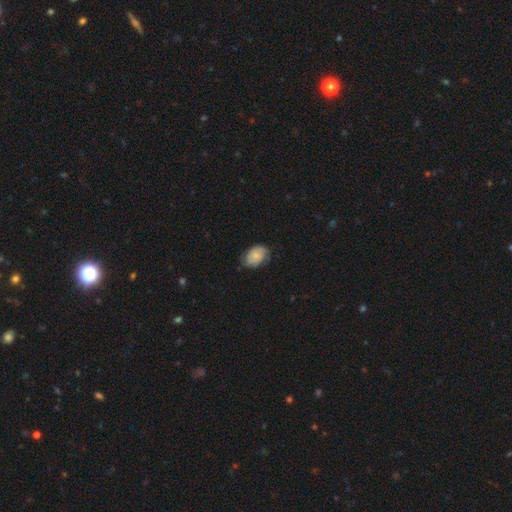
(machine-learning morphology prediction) Smooth or featured? Predicted: smooth (p=0.58). How rounded? Predicted: in between (p=0.81). Merging? Predicted: none (p=0.66).